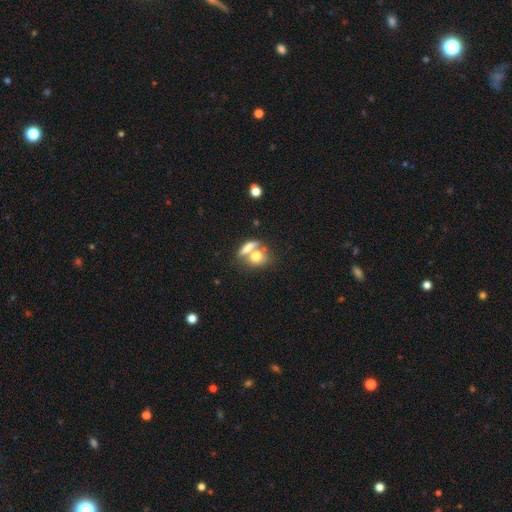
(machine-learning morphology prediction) A smooth galaxy with no disk features (72%) that is in between round and cigar-shaped (48%). Merging: merger (50%).